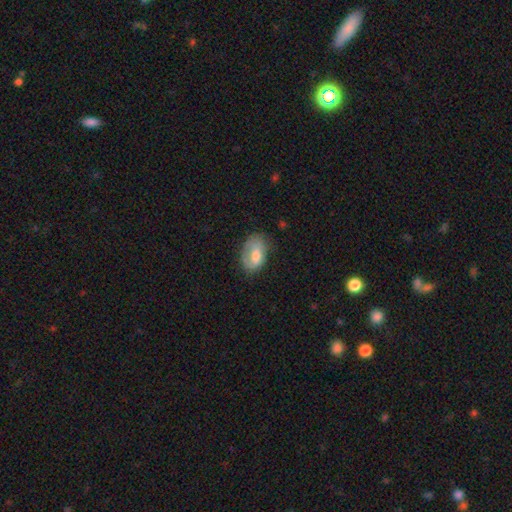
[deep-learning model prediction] A smooth galaxy with no disk features (59%) that is in between round and cigar-shaped (86%). Merging: none (52%).